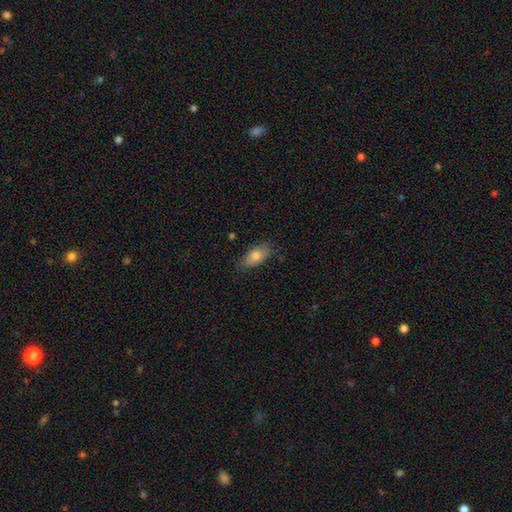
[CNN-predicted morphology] Smooth or featured: smooth — 77% (featured or disk — 16%)
How rounded: in between — 88% (cigar-shaped — 8%)
Merging: none — 77% (minor disturbance — 18%)